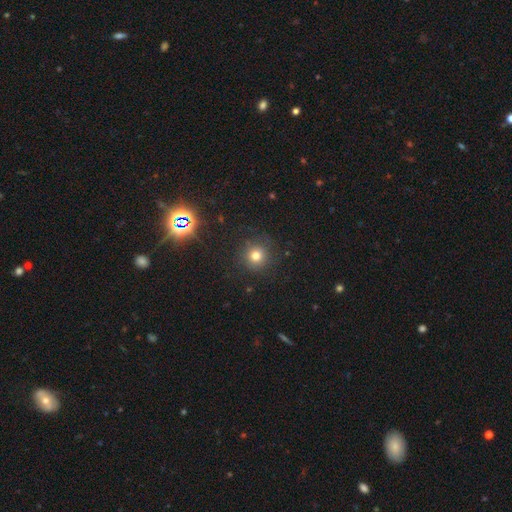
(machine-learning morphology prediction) A smooth galaxy with no disk features (73%) that is round (94%). Merging: none (87%).